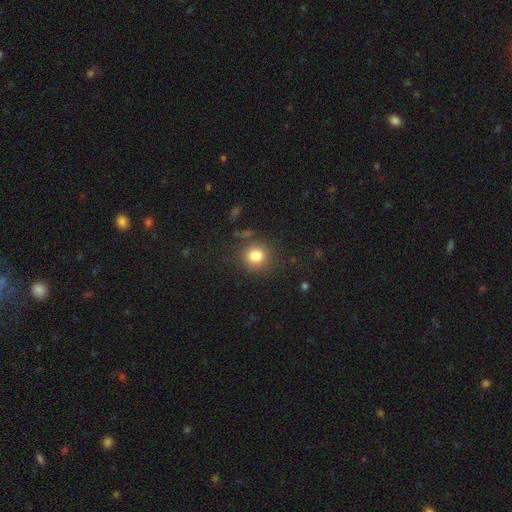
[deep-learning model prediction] Q: Smooth or featured?
A: smooth (82%); runner-up: star or artifact (12%)
Q: How rounded?
A: round (85%); runner-up: in between (14%)
Q: Merging?
A: none (81%); runner-up: minor disturbance (11%)